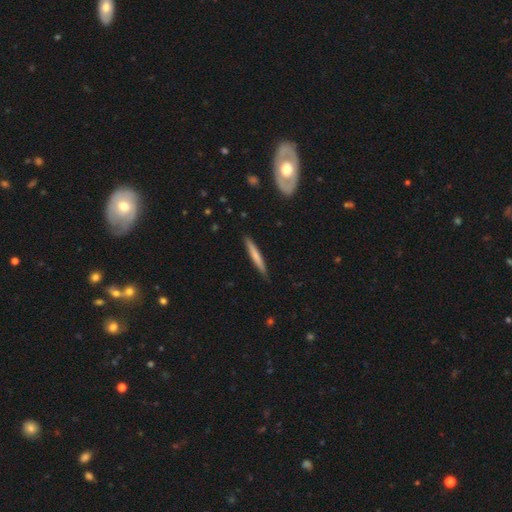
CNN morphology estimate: smooth_or_featured: smooth (p=0.64) [alt: featured or disk p=0.31]
how_rounded: cigar-shaped (p=0.96) [alt: in between p=0.03]
merging: none (p=0.86) [alt: minor disturbance p=0.11]